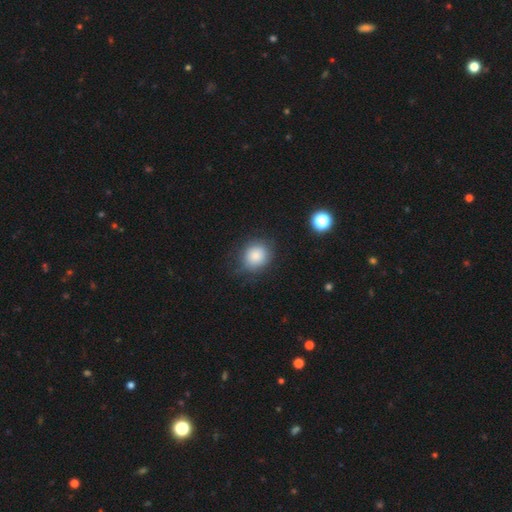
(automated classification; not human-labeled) Smooth or featured?
  - smooth: 84% *
  - star or artifact: 9%
  - featured or disk: 7%
How rounded?
  - round: 78% *
  - in between: 21%
  - cigar-shaped: 1%
Merging?
  - none: 75% *
  - minor disturbance: 18%
  - major disturbance: 6%
  - merger: 2%